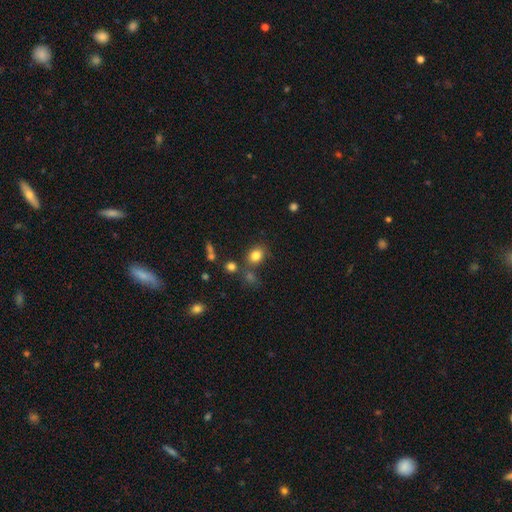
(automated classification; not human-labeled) The model was most divided on "how rounded": in between: 51%, round: 48%, cigar-shaped: 1%. More confident: smooth or featured — smooth (81%); merging — none (69%).